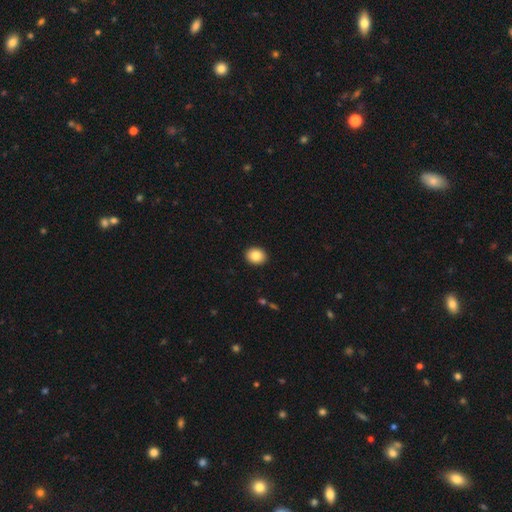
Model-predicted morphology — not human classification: smooth_or_featured: smooth (p=0.85) [alt: star or artifact p=0.09]
how_rounded: round (p=0.61) [alt: in between p=0.38]
merging: none (p=0.92) [alt: minor disturbance p=0.05]